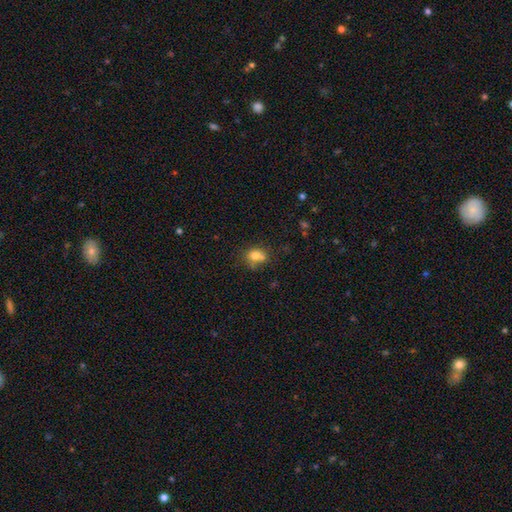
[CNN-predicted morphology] Smooth or featured? Predicted: smooth (p=0.75). How rounded? Predicted: round (p=0.61). Merging? Predicted: none (p=0.47).